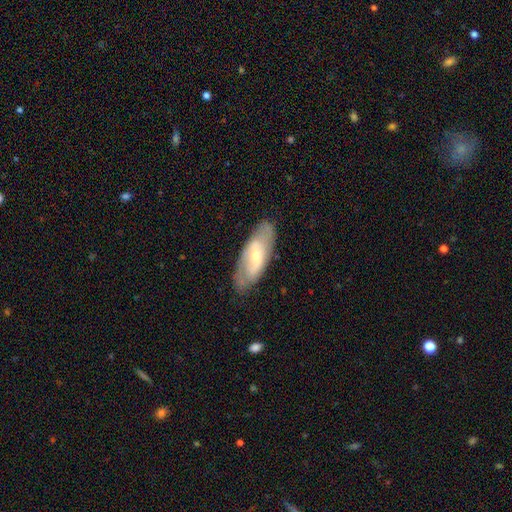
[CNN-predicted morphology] This appears to be a featured or disk galaxy (60%) with a weak bar (42%), spiral arms (64%) and a small central bulge (55%). Merging: none (78%).